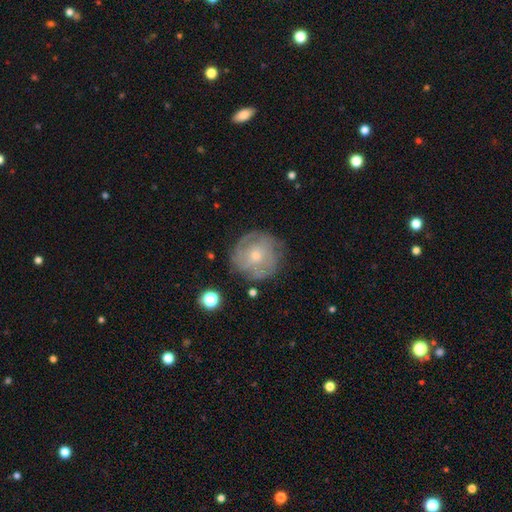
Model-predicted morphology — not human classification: This appears to be a featured or disk galaxy (65%) with no bar (78%), spiral arms (78%) and a small central bulge (50%). Merging: none (78%).